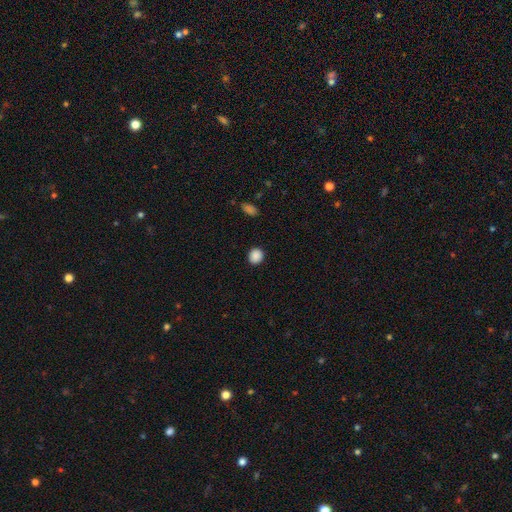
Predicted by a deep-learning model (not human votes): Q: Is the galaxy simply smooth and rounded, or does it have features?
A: smooth — 88%.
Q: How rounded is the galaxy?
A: round — 82%.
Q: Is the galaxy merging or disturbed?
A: none — 90%.